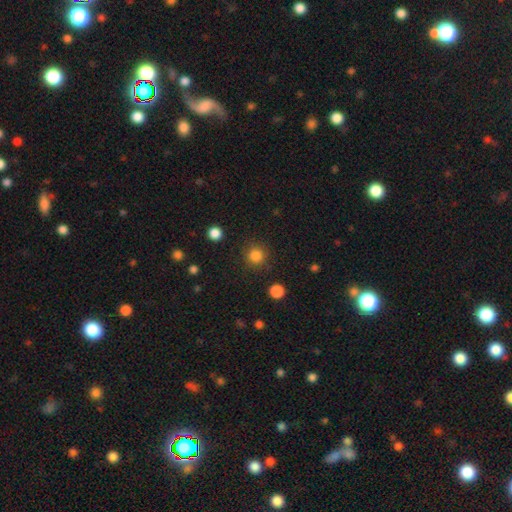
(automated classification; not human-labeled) This is clearly a smooth galaxy (84%). How rounded: clearly round (94%). Merging: clearly none (89%).